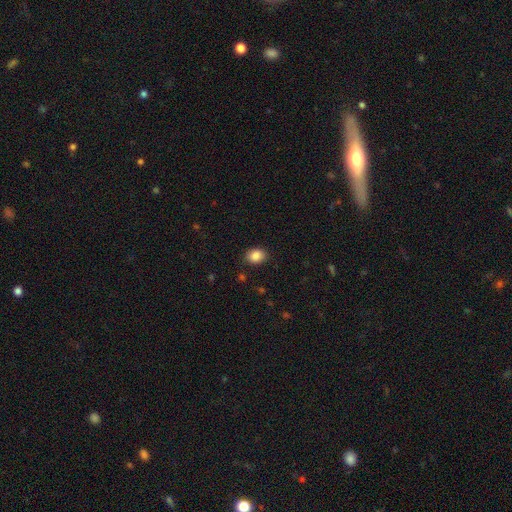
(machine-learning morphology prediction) type=smooth (88%); roundness=in between (59%); merging=none (86%).